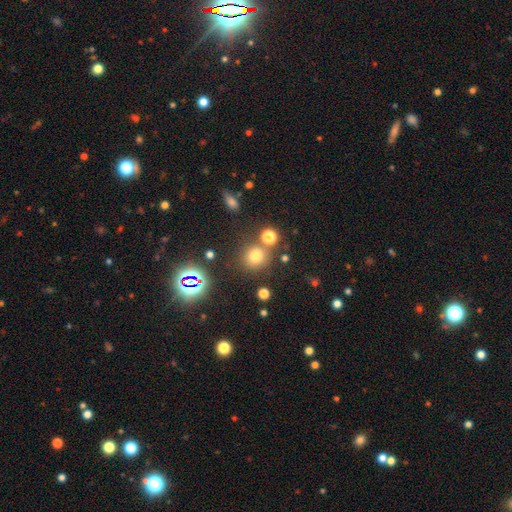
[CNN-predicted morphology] This appears to be a smooth galaxy with no disk features (70%) that is round (86%). Merging: none (74%).